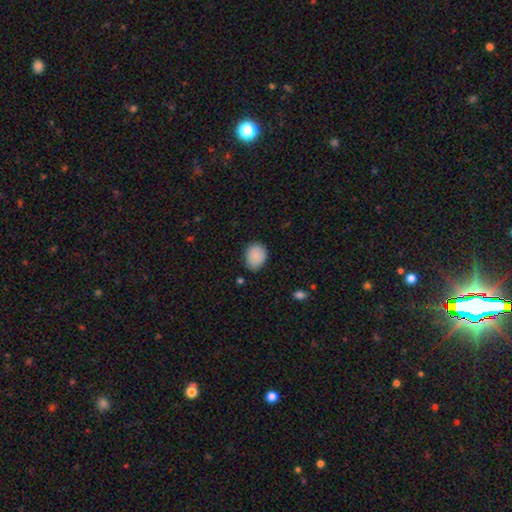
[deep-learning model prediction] Overall: smooth (89%). How rounded: in between (56%; round 43%). Merging: none (79%).